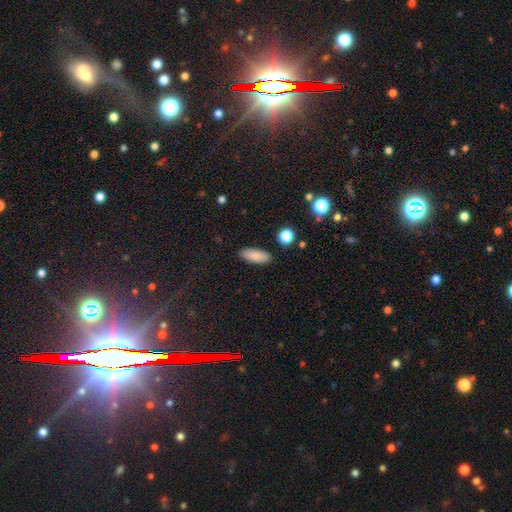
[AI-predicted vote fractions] Q: Smooth or featured?
A: smooth (85%); runner-up: featured or disk (7%)
Q: How rounded?
A: in between (74%); runner-up: cigar-shaped (23%)
Q: Merging?
A: none (89%); runner-up: minor disturbance (8%)